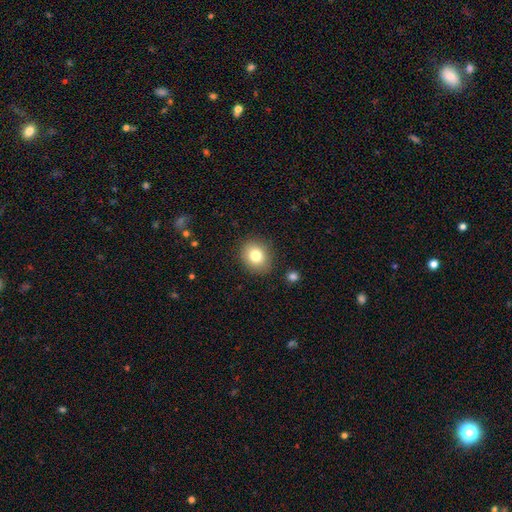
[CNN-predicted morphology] A smooth galaxy with no disk features (80%) that is round (67%). Merging: none (87%).